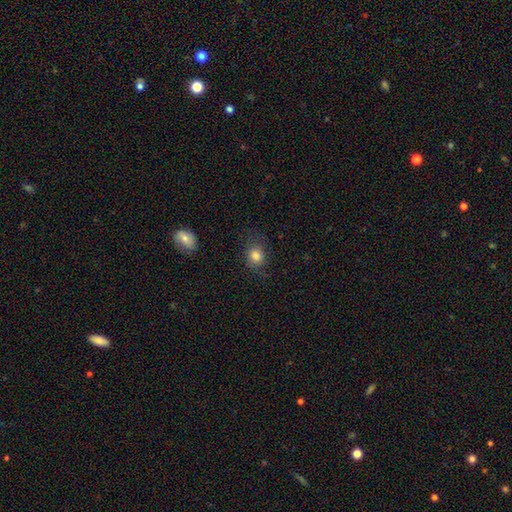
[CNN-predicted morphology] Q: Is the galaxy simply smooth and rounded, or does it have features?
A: smooth — 81%.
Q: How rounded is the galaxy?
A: round — 64%.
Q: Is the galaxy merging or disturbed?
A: none — 74%.